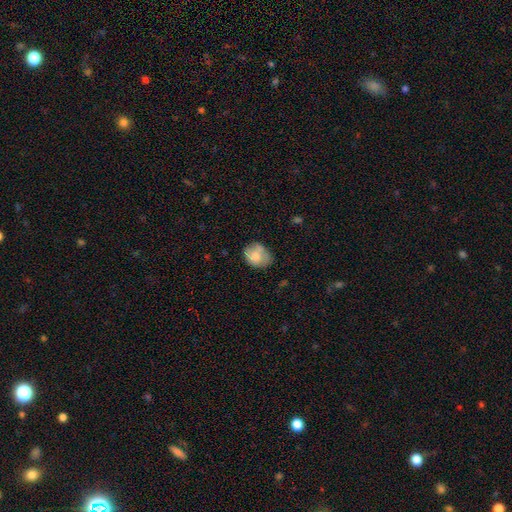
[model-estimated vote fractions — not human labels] smooth_or_featured: smooth (p=0.70) [alt: featured or disk p=0.22]
how_rounded: in between (p=0.54) [alt: round p=0.45]
merging: none (p=0.50) [alt: minor disturbance p=0.32]